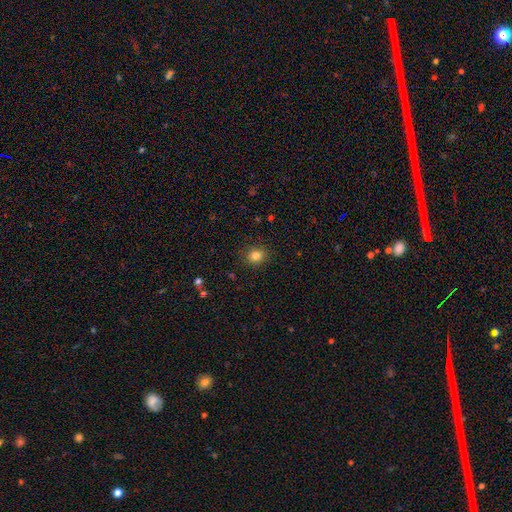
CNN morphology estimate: Smooth or featured? smooth (82%)
How rounded? round (81%)
Merging? none (90%)